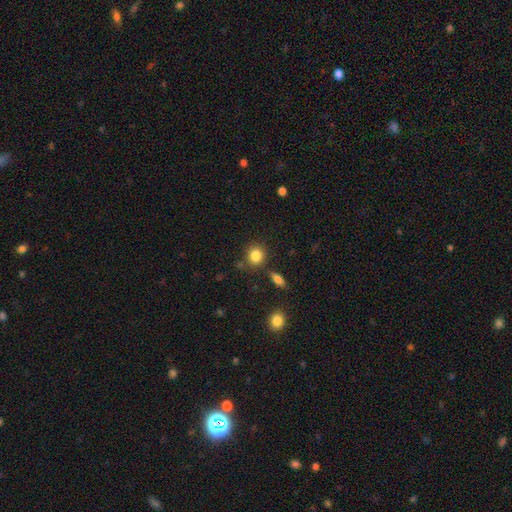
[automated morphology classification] Smooth or featured: smooth — 85% (star or artifact — 10%)
How rounded: round — 82% (in between — 17%)
Merging: none — 81% (minor disturbance — 10%)